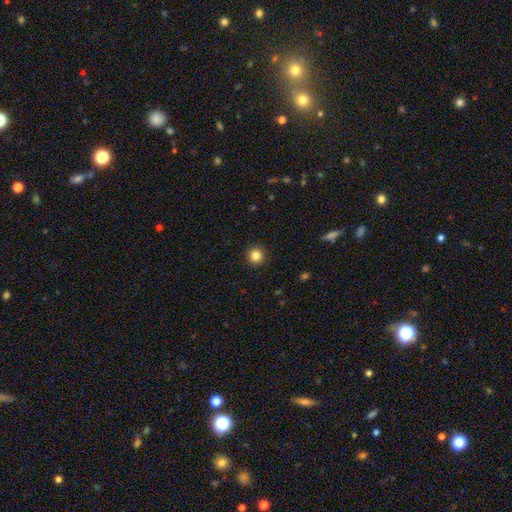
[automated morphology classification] The model was most divided on "smooth or featured": smooth: 84%, star or artifact: 11%, featured or disk: 5%. More confident: how rounded — round (95%); merging — none (93%).